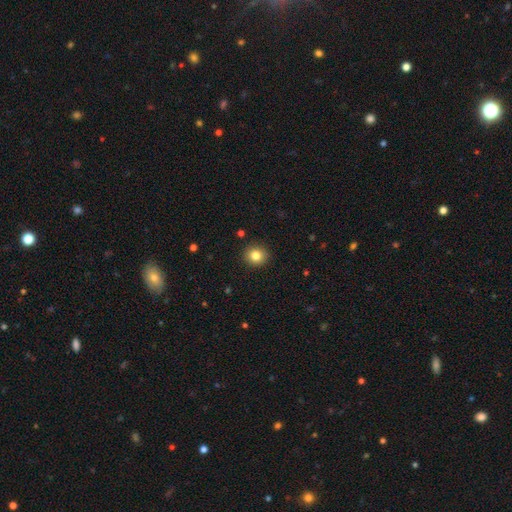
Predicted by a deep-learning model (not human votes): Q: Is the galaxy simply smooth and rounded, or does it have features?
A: smooth — 83%.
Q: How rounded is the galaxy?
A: round — 86%.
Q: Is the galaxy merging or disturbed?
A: none — 91%.